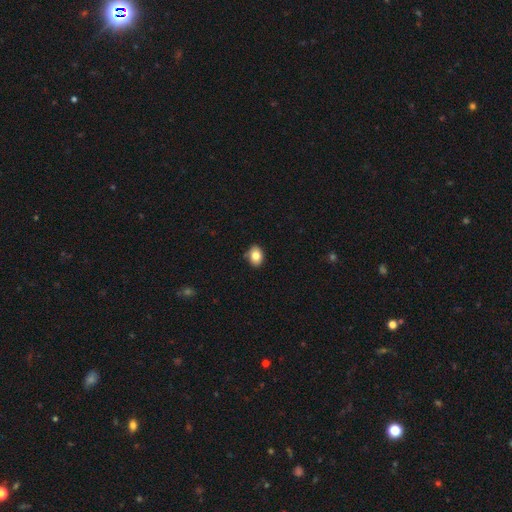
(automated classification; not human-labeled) Smooth or featured? smooth (83%)
How rounded? in between (73%)
Merging? none (85%)